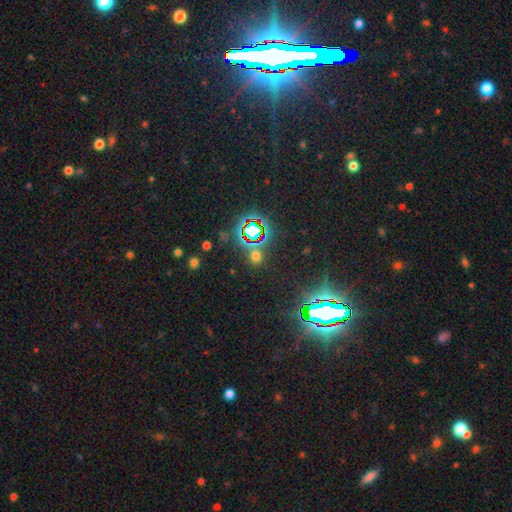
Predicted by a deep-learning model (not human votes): smooth-or-featured: star or artifact: 48% | smooth: 45% | featured or disk: 7%